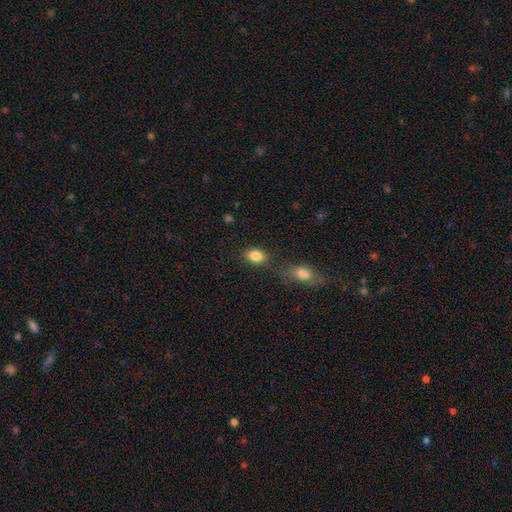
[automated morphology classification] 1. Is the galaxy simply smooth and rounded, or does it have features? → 84% smooth, 9% star or artifact, 7% featured or disk.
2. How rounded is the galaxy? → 82% in between, 16% round, 2% cigar-shaped.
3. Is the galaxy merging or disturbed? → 76% none, 12% minor disturbance, 8% merger, 4% major disturbance.